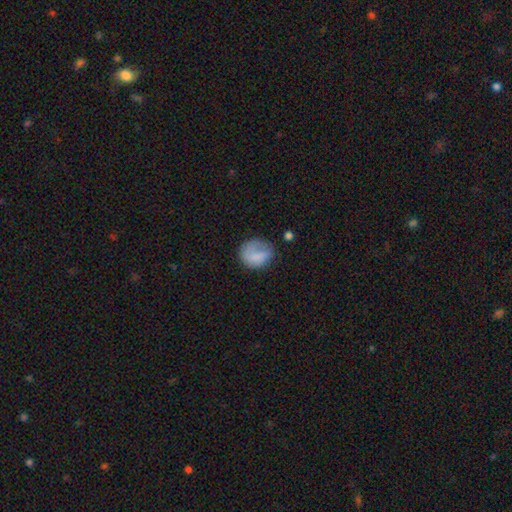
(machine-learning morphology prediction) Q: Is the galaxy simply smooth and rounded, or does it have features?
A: smooth — 74%.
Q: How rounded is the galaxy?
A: round — 66%.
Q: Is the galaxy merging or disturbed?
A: none — 49%.